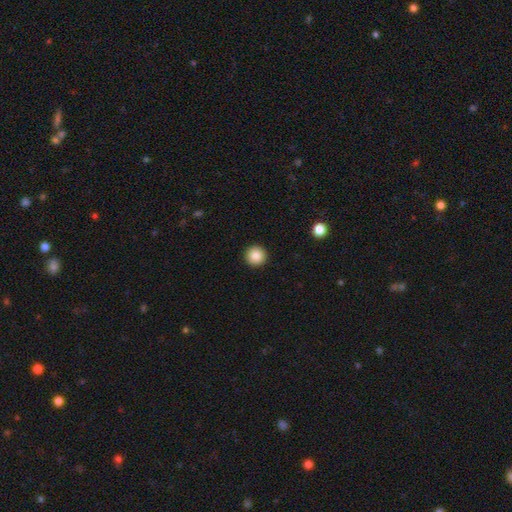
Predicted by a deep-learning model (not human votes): Smooth or featured?
  - smooth: 87% *
  - star or artifact: 9%
  - featured or disk: 4%
How rounded?
  - round: 96% *
  - in between: 3%
  - cigar-shaped: 1%
Merging?
  - none: 93% *
  - minor disturbance: 4%
  - major disturbance: 1%
  - merger: 1%